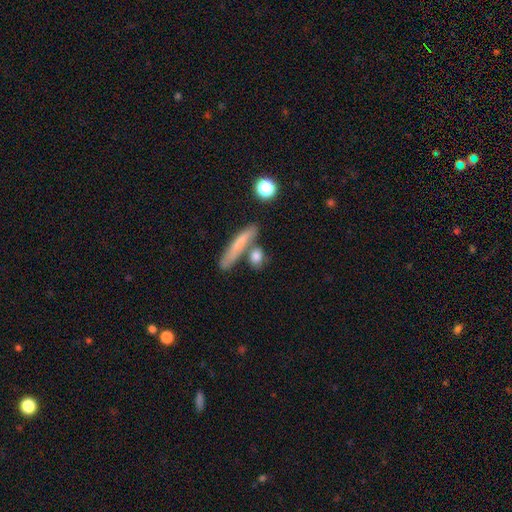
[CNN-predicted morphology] A smooth galaxy with no disk features (75%) that is cigar-shaped (47%).

Vote fractions:
- Smooth or featured? smooth: 75% / featured or disk: 17% / star or artifact: 8%
- How rounded? cigar-shaped: 47% / in between: 27% / round: 25%
- Merging? none: 64% / merger: 17% / minor disturbance: 14% / major disturbance: 5%